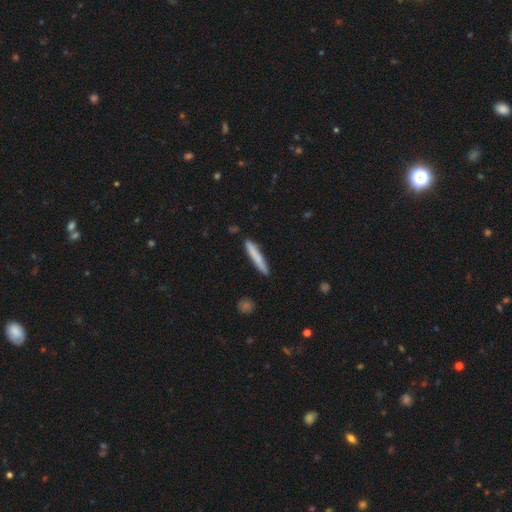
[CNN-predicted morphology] smooth-or-featured: smooth: 74% | featured or disk: 21% | star or artifact: 5%
  how-rounded: cigar-shaped: 95% | in between: 3% | round: 1%
  merging: none: 88% | minor disturbance: 9% | merger: 2% | major disturbance: 1%